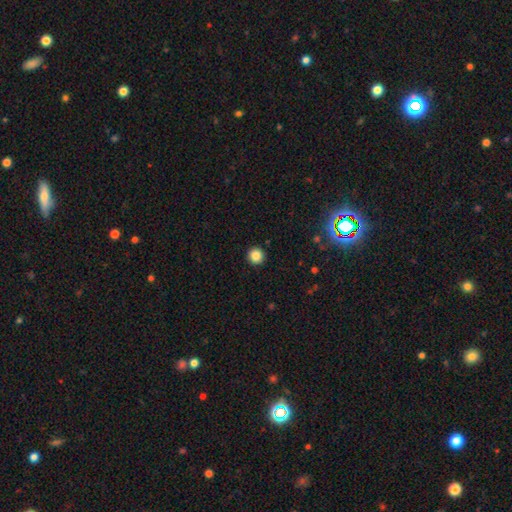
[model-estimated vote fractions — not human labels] Smooth or featured? smooth (86%)
How rounded? round (96%)
Merging? none (93%)